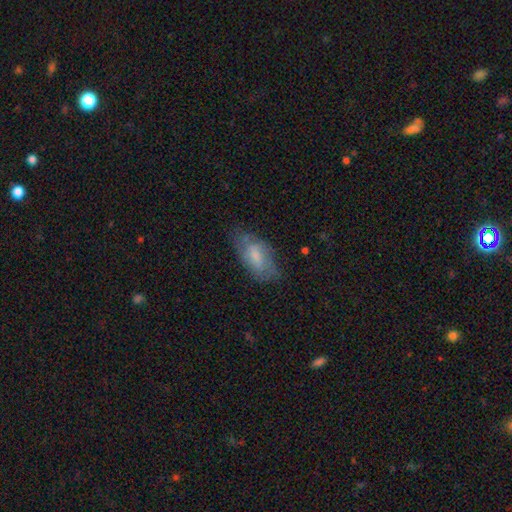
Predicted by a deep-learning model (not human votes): Smooth or featured: smooth — 58% (featured or disk — 35%)
How rounded: in between — 89% (cigar-shaped — 7%)
Merging: none — 60% (minor disturbance — 27%)